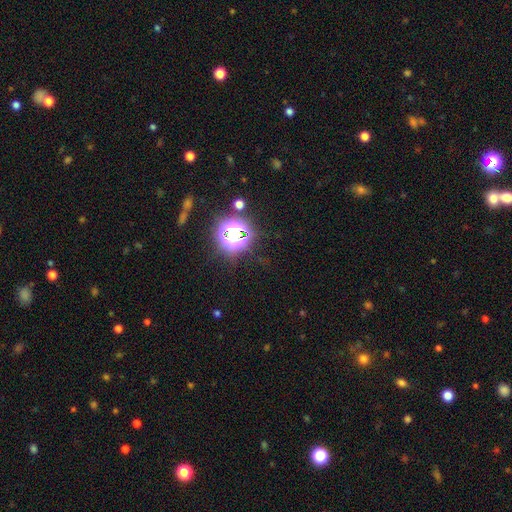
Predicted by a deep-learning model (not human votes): A star or artifact, not a galaxy (81%).

Vote fractions:
- Smooth or featured? star or artifact: 81% / smooth: 13% / featured or disk: 7%